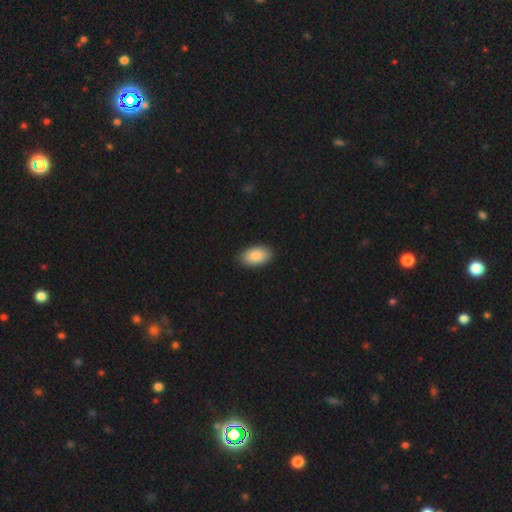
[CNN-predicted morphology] Smooth or featured? Predicted: smooth (p=0.89). How rounded? Predicted: in between (p=0.94). Merging? Predicted: none (p=0.88).